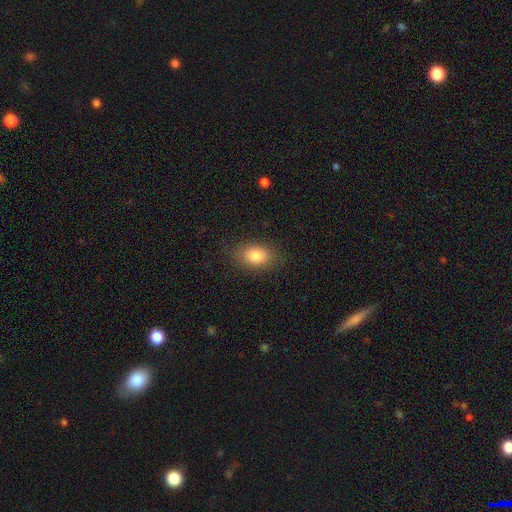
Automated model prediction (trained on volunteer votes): Smooth or featured? Predicted: smooth (p=0.83). How rounded? Predicted: in between (p=0.78). Merging? Predicted: none (p=0.84).